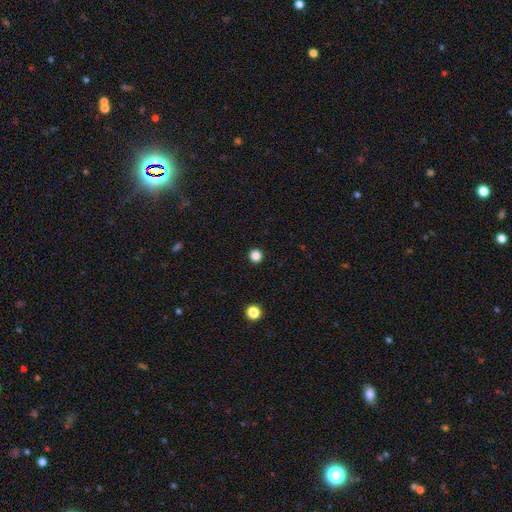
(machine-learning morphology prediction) This is clearly a smooth galaxy (84%). How rounded: clearly round (96%). Merging: clearly none (93%).